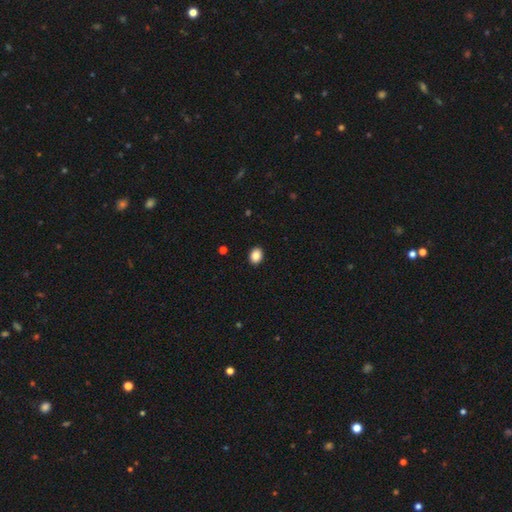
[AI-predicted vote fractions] Smooth or featured? Predicted: smooth (p=0.88). How rounded? Predicted: in between (p=0.60). Merging? Predicted: none (p=0.92).